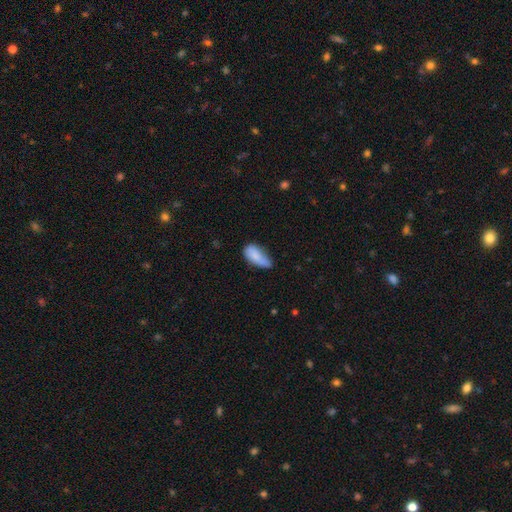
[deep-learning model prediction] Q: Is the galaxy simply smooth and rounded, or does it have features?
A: smooth — 82%.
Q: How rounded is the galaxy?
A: in between — 87%.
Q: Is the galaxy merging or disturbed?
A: minor disturbance — 44%.